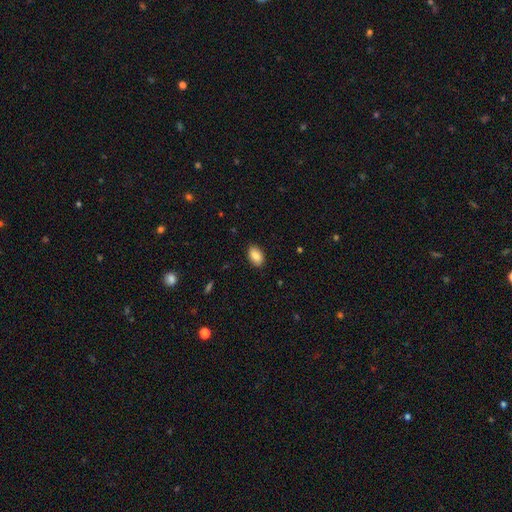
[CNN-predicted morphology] Smooth or featured? smooth (87%)
How rounded? in between (92%)
Merging? none (88%)